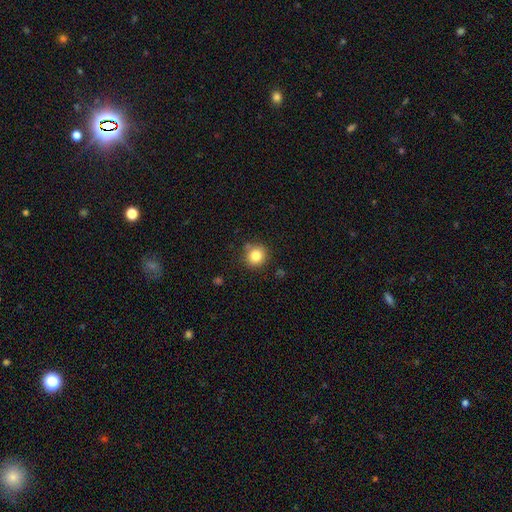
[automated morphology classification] smooth 82%, star or artifact 11%, featured or disk 7%. Down the decision tree: how rounded — round (89%); merging — none (83%).